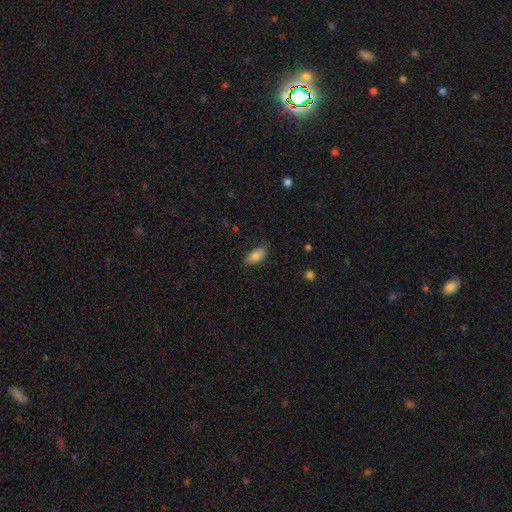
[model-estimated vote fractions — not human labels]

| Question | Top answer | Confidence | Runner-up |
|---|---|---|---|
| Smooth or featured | smooth | 81% | featured or disk (12%) |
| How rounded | in between | 90% | cigar-shaped (6%) |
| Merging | none | 79% | minor disturbance (17%) |